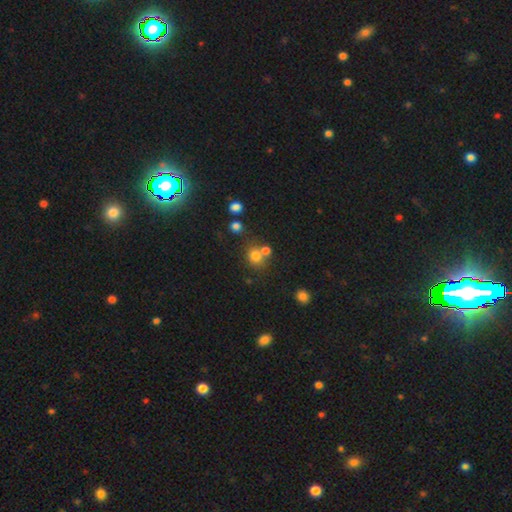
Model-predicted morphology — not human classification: This is likely a smooth galaxy (75%). How rounded: likely round (75%). Merging: possibly none (52%).